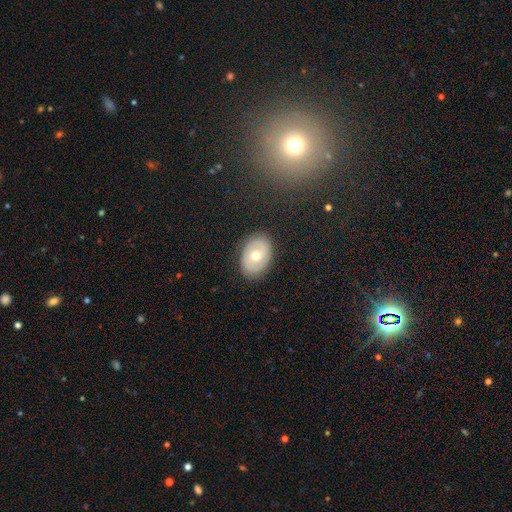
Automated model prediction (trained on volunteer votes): Morphology: type=smooth (52%); roundness=in between (76%); merging=none (86%).